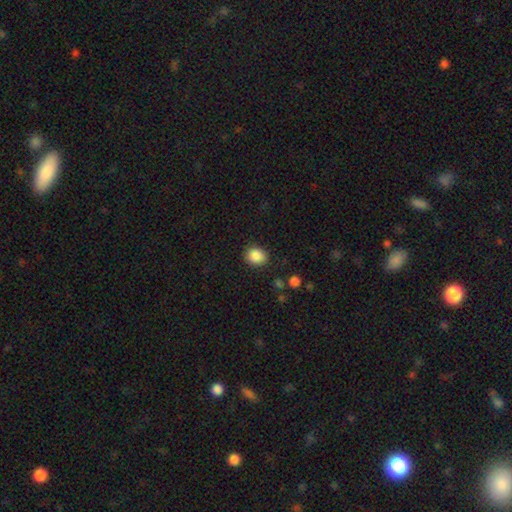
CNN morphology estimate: smooth-or-featured: smooth: 87% | star or artifact: 9% | featured or disk: 4%
  how-rounded: round: 66% | in between: 33% | cigar-shaped: 1%
  merging: none: 86% | minor disturbance: 10% | major disturbance: 3% | merger: 1%